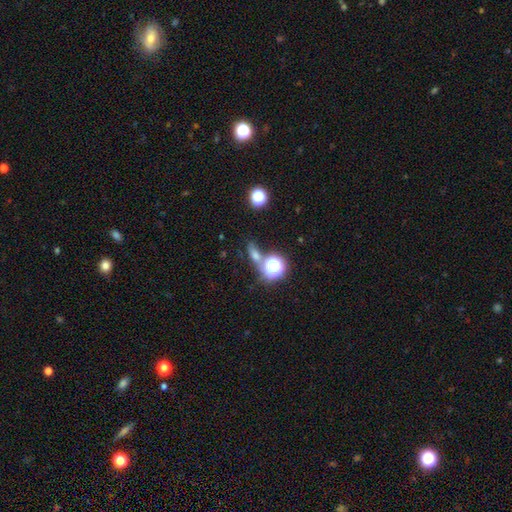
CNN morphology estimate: Smooth or featured? smooth (46%)
Merging? none (64%)